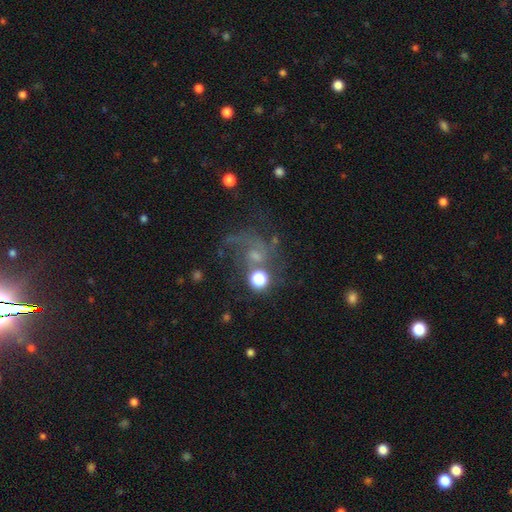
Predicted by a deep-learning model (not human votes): The model was most divided on "merging": none: 36%, major disturbance: 29%, merger: 22%, minor disturbance: 13%. Remaining: smooth or featured — featured or disk (46%).